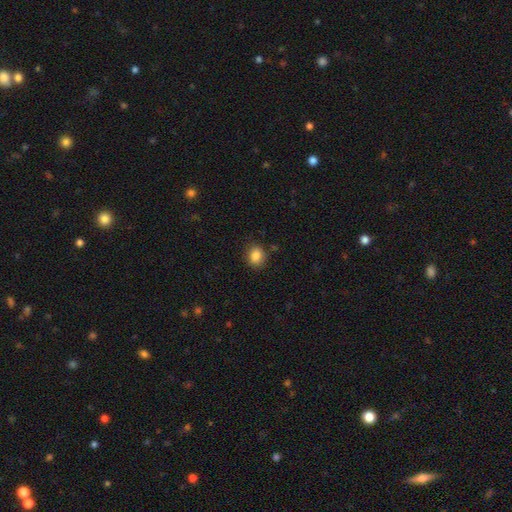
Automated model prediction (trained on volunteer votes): Smooth or featured: smooth — 86% (star or artifact — 9%)
How rounded: round — 53% (in between — 46%)
Merging: none — 82% (minor disturbance — 12%)